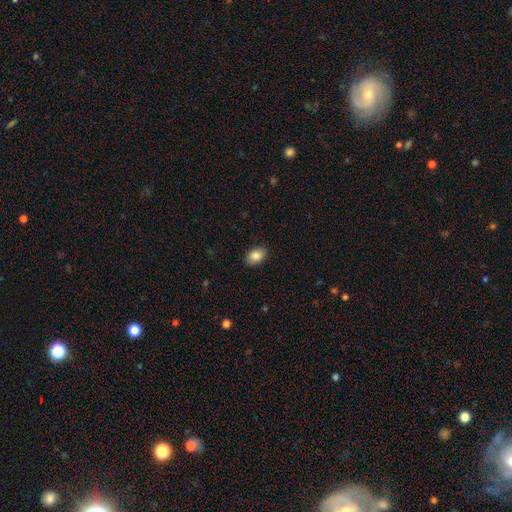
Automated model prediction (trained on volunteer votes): A smooth galaxy with no disk features (87%) that is in between round and cigar-shaped (85%).

Vote fractions:
- Smooth or featured? smooth: 87% / star or artifact: 7% / featured or disk: 6%
- How rounded? in between: 85% / round: 14% / cigar-shaped: 1%
- Merging? none: 88% / minor disturbance: 9% / major disturbance: 2% / merger: 1%